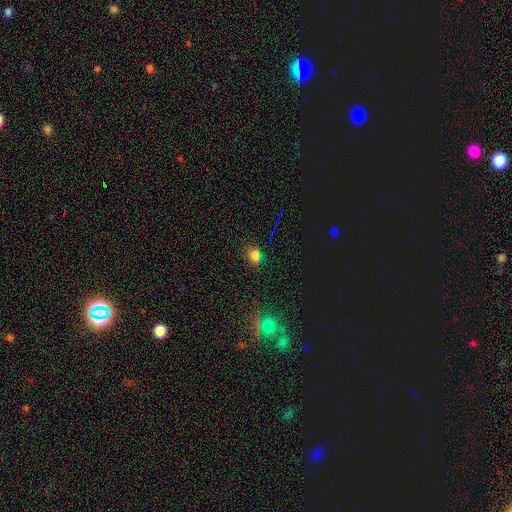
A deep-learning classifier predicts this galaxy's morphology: A smooth galaxy with no disk features (68%) that is in between round and cigar-shaped (51%).

Vote fractions:
- Smooth or featured? smooth: 68% / star or artifact: 26% / featured or disk: 6%
- How rounded? in between: 51% / round: 47% / cigar-shaped: 3%
- Merging? none: 80% / minor disturbance: 13% / major disturbance: 4% / merger: 3%